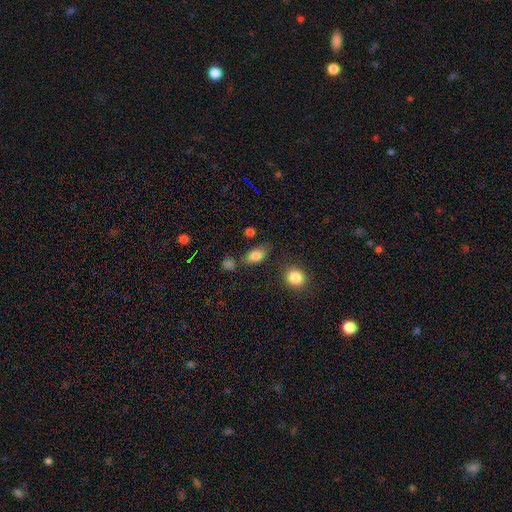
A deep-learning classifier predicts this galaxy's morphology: smooth-or-featured: smooth: 83% | star or artifact: 9% | featured or disk: 8%
  how-rounded: in between: 85% | round: 12% | cigar-shaped: 3%
  merging: none: 67% | minor disturbance: 19% | merger: 8% | major disturbance: 6%